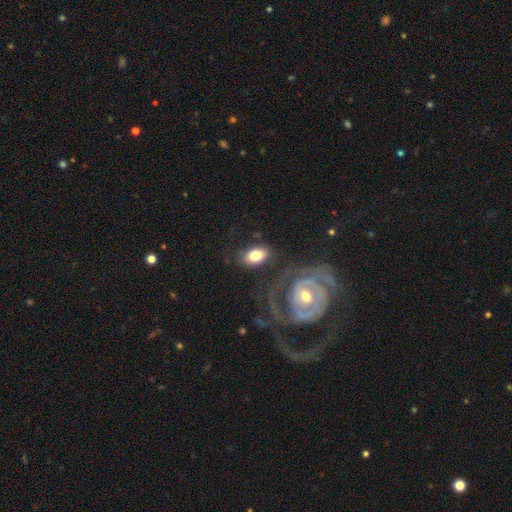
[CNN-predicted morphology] Smooth or featured? Predicted: smooth (p=0.74). How rounded? Predicted: in between (p=0.86). Merging? Predicted: none (p=0.72).